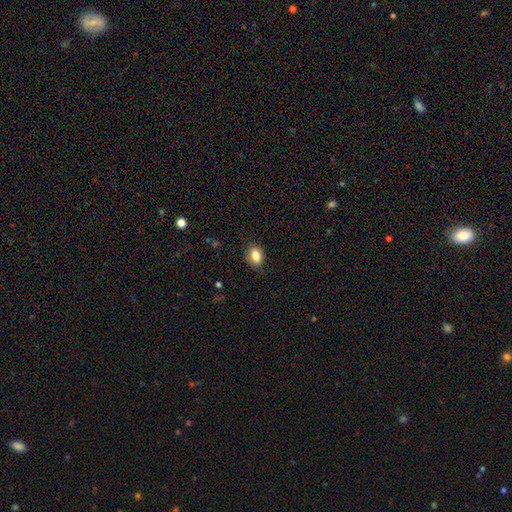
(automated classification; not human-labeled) smooth-or-featured: smooth: 84% | star or artifact: 9% | featured or disk: 8%
  how-rounded: in between: 79% | round: 19% | cigar-shaped: 2%
  merging: none: 83% | minor disturbance: 13% | major disturbance: 3% | merger: 1%